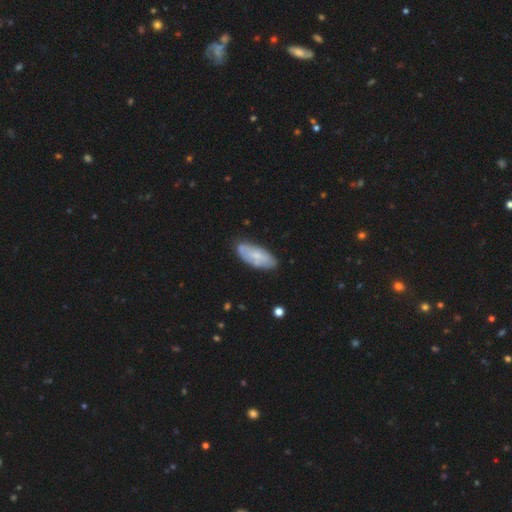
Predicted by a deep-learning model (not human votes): Morphology: type=smooth (54%); roundness=in between (82%); merging=none (74%).